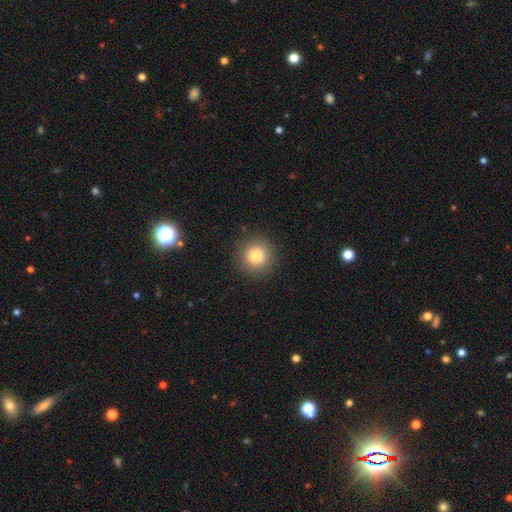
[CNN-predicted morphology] Q: Smooth or featured?
A: smooth (81%); runner-up: star or artifact (11%)
Q: How rounded?
A: round (94%); runner-up: in between (5%)
Q: Merging?
A: none (91%); runner-up: minor disturbance (6%)